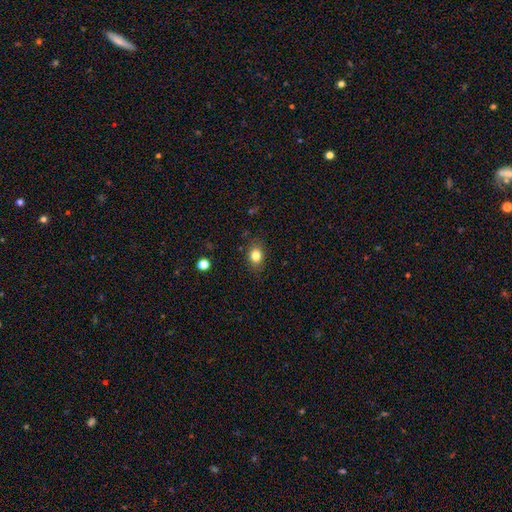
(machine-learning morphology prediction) type=smooth (82%); roundness=in between (63%); merging=none (83%).